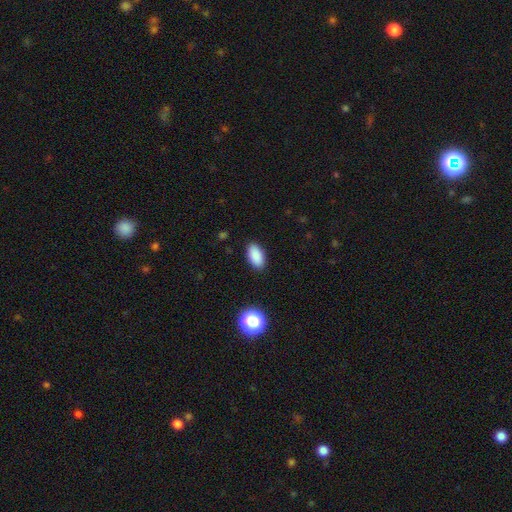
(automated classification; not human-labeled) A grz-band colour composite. It shows a smooth galaxy with no disk features (88%) that is in between round and cigar-shaped (93%). Merging: none (88%).